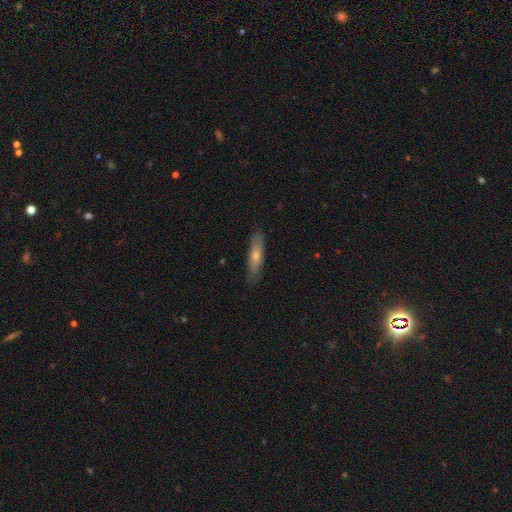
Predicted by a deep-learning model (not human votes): This appears to be a smooth galaxy with no disk features (52%) that is cigar-shaped (77%). Merging: none (85%).